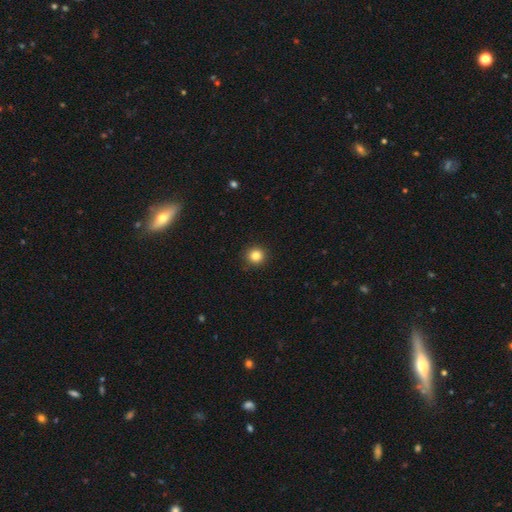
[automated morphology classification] Smooth or featured? Predicted: smooth (p=0.84). How rounded? Predicted: round (p=0.93). Merging? Predicted: none (p=0.91).